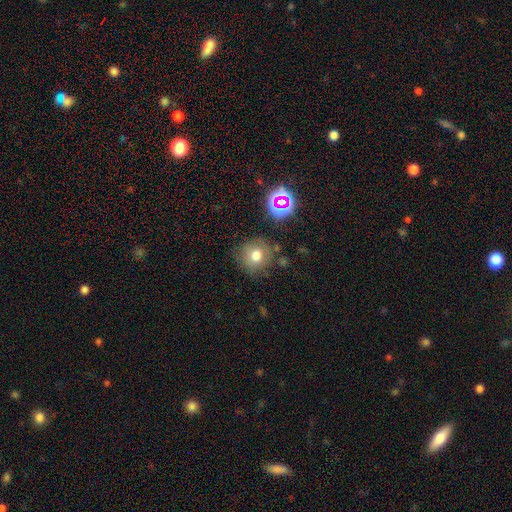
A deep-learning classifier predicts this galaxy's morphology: type=smooth (72%); roundness=round (91%); merging=none (79%).